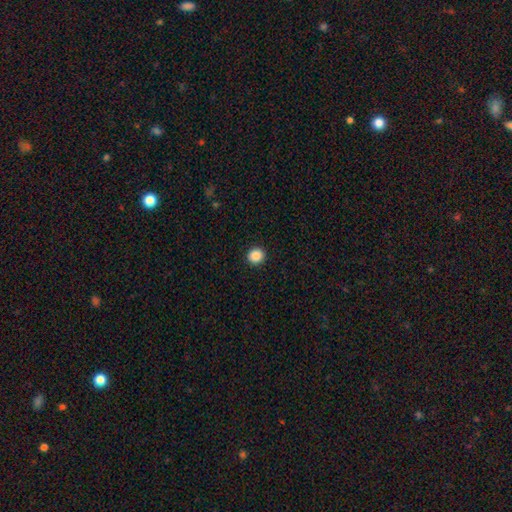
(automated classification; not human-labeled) Overall: smooth (88%). How rounded: round (90%). Merging: none (93%).